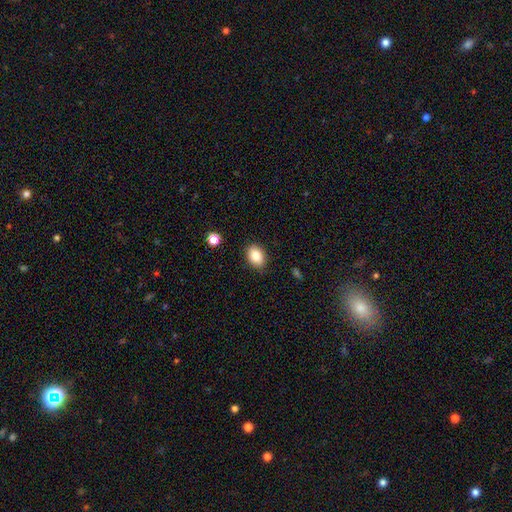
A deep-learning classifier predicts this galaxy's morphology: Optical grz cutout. It shows a smooth galaxy with no disk features (86%) that is in between round and cigar-shaped (76%). Merging: none (86%).